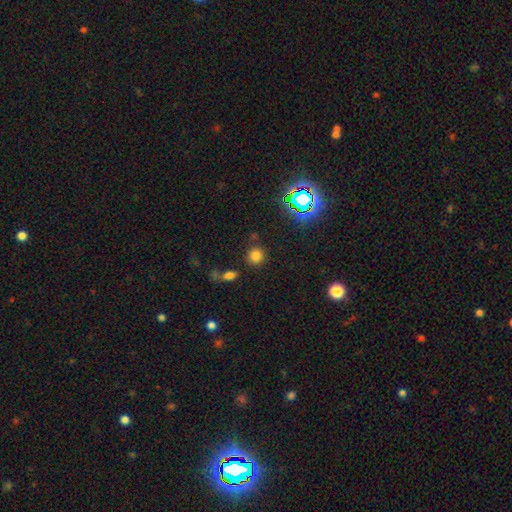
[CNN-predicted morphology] type=smooth (74%); roundness=round (89%); merging=none (81%).